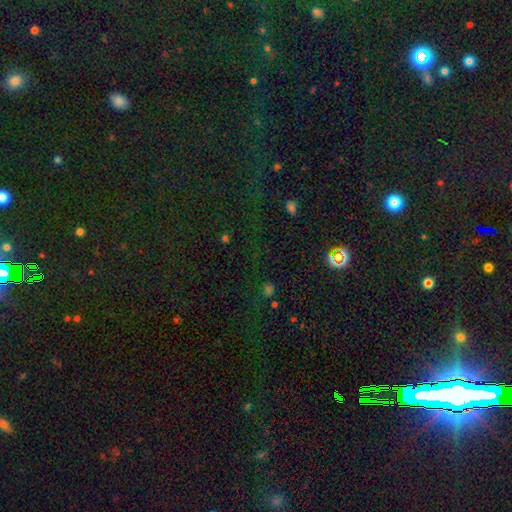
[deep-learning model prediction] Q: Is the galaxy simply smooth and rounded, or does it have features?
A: star or artifact — 80%.